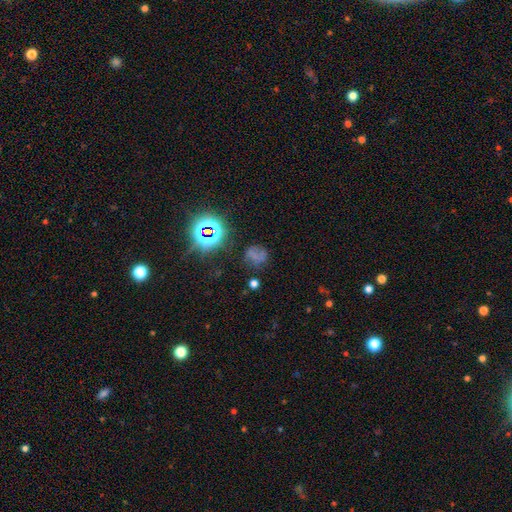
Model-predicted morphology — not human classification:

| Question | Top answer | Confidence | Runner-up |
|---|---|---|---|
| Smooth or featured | smooth | 46% | star or artifact (36%) |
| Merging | none | 58% | minor disturbance (21%) |